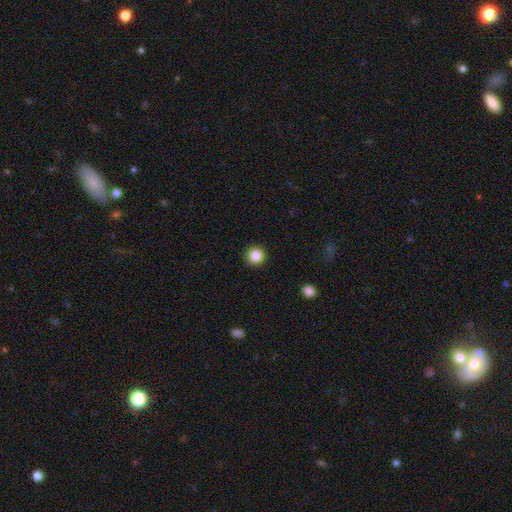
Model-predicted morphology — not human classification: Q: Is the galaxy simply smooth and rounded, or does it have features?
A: smooth — 86%.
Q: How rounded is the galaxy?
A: round — 95%.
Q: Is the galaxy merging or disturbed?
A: none — 92%.